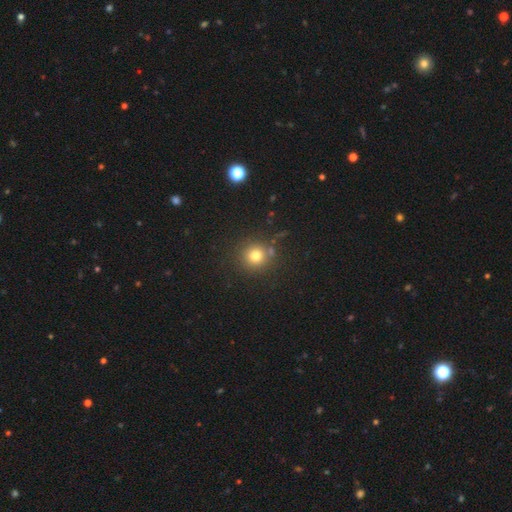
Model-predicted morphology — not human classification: The model was most divided on "smooth or featured": smooth: 78%, star or artifact: 15%, featured or disk: 7%. More confident: how rounded — round (93%); merging — none (80%).